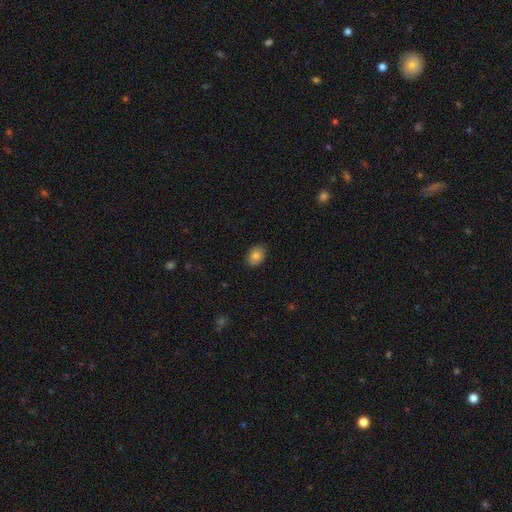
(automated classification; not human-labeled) Smooth or featured? Predicted: smooth (p=0.82). How rounded? Predicted: in between (p=0.73). Merging? Predicted: none (p=0.84).